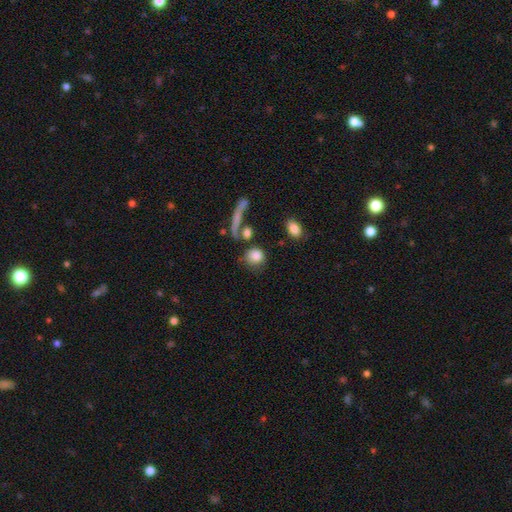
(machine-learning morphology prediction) Q: Smooth or featured?
A: smooth (81%); runner-up: featured or disk (10%)
Q: How rounded?
A: round (79%); runner-up: in between (18%)
Q: Merging?
A: none (57%); runner-up: minor disturbance (16%)